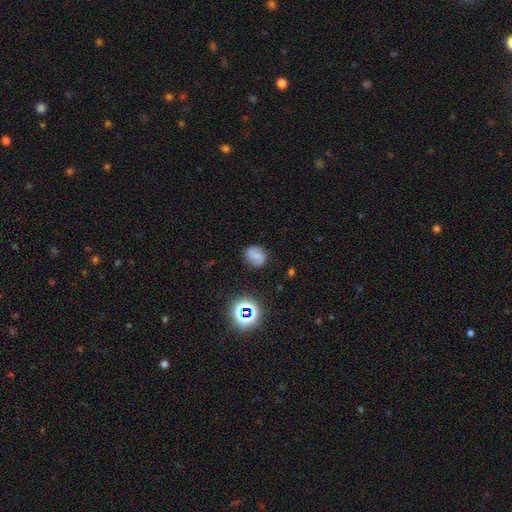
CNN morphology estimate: type=featured or disk (52%); edge-on=no (97%); bar=weak (41%); spiral arms=yes (88%); bulge=none (43%); merging=none (80%).